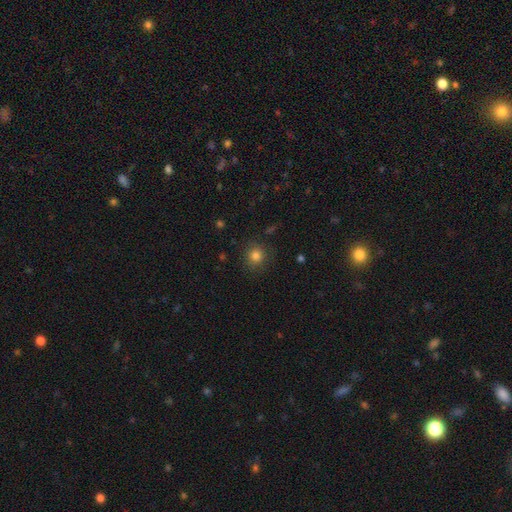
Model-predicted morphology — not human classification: A smooth galaxy with no disk features (81%) that is round (89%).

Vote fractions:
- Smooth or featured? smooth: 81% / star or artifact: 13% / featured or disk: 6%
- How rounded? round: 89% / in between: 10% / cigar-shaped: 1%
- Merging? none: 87% / minor disturbance: 9% / major disturbance: 3% / merger: 1%